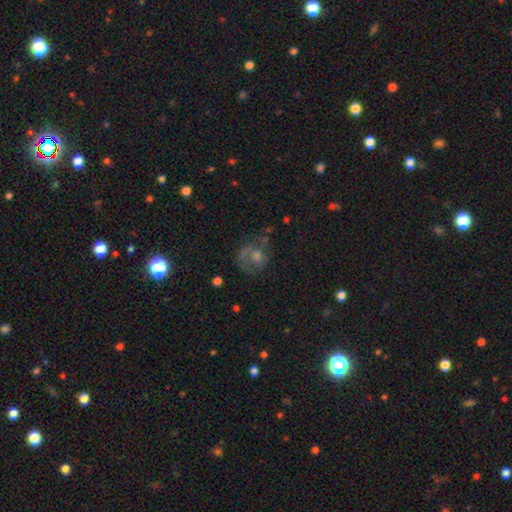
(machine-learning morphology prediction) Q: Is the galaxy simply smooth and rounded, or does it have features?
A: featured or disk — 51%.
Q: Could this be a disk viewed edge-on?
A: no — 97%.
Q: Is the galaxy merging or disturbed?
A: none — 51%.